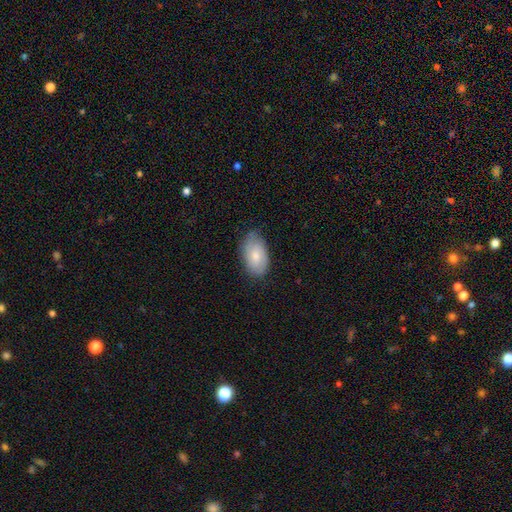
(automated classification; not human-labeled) Smooth or featured? Predicted: smooth (p=0.68). How rounded? Predicted: in between (p=0.94). Merging? Predicted: none (p=0.67).